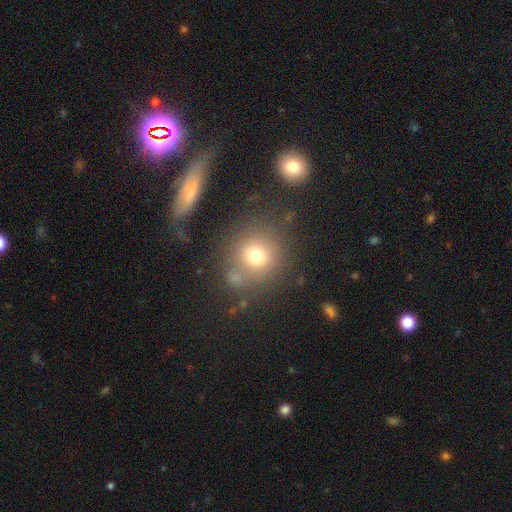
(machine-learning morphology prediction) Q: Smooth or featured?
A: smooth (72%); runner-up: star or artifact (16%)
Q: How rounded?
A: round (89%); runner-up: in between (10%)
Q: Merging?
A: none (71%); runner-up: minor disturbance (13%)